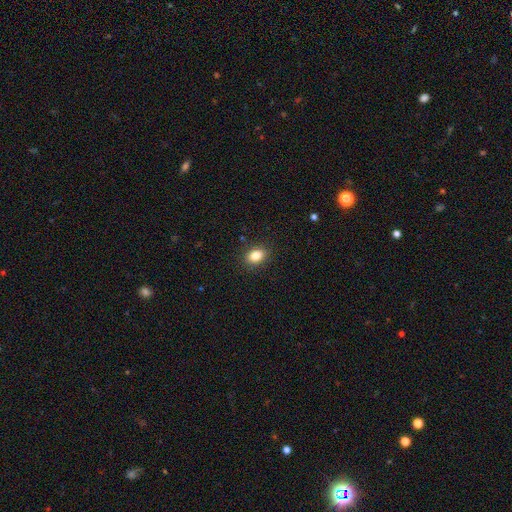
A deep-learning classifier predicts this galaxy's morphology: Smooth or featured? Predicted: smooth (p=0.84). How rounded? Predicted: in between (p=0.74). Merging? Predicted: none (p=0.88).